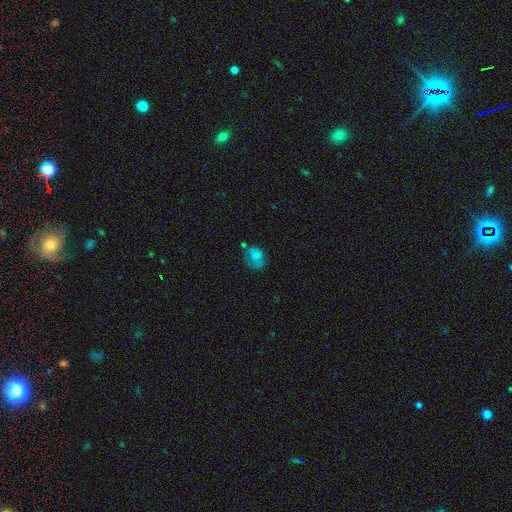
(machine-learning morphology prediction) The model was most divided on "how rounded": in between: 50%, round: 48%, cigar-shaped: 1%. Remaining: smooth or featured — smooth (65%); merging — none (41%).